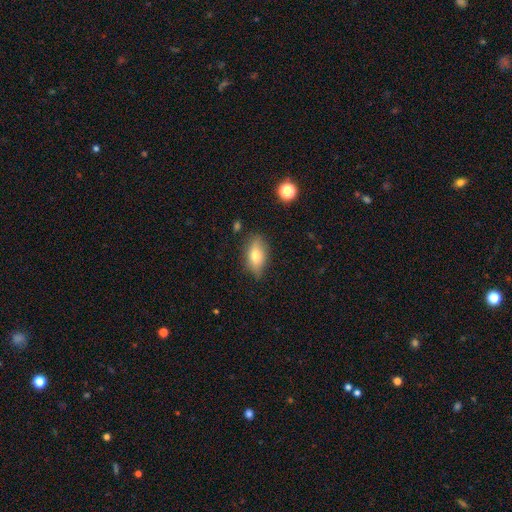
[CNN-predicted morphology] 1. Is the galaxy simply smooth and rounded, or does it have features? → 68% smooth, 24% featured or disk, 9% star or artifact.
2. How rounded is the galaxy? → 83% in between, 10% cigar-shaped, 7% round.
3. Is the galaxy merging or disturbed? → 77% none, 17% minor disturbance, 4% major disturbance, 2% merger.